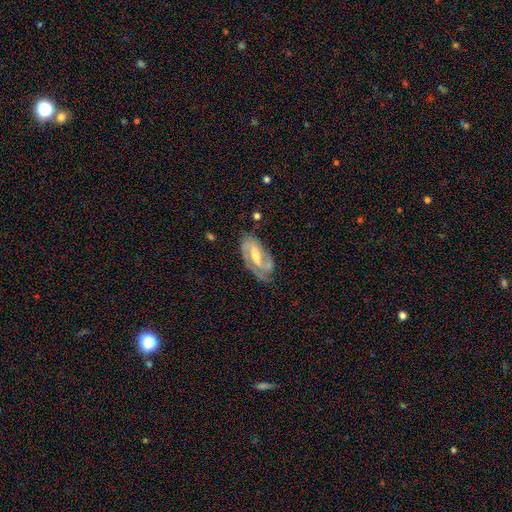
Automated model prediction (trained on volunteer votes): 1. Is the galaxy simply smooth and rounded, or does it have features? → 84% featured or disk, 10% smooth, 5% star or artifact.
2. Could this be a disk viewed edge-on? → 95% no, 5% yes.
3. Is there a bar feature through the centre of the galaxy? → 46% weak, 33% strong, 21% no.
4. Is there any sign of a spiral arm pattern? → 94% yes, 6% no.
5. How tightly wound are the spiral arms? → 45% medium, 42% tight, 13% loose.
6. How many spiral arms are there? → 78% 2, 9% can't tell, 6% 1, 5% 3, 1% 4, 1% more than 4.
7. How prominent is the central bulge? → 57% moderate, 31% small, 7% large, 4% none, 1% dominant.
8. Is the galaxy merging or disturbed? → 69% none, 20% minor disturbance, 8% major disturbance, 3% merger.